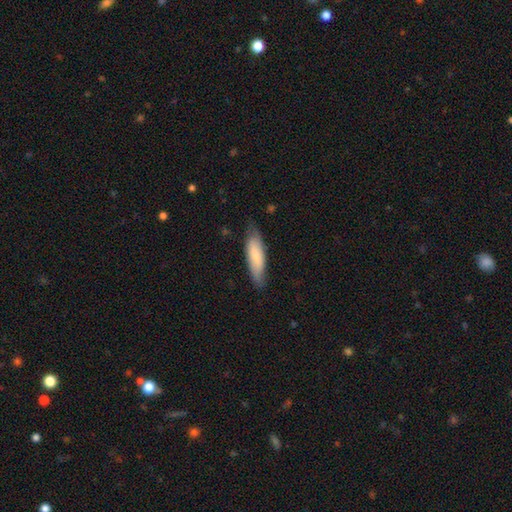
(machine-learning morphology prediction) Q: Smooth or featured?
A: smooth (75%); runner-up: featured or disk (20%)
Q: How rounded?
A: cigar-shaped (55%); runner-up: in between (44%)
Q: Merging?
A: none (74%); runner-up: minor disturbance (21%)